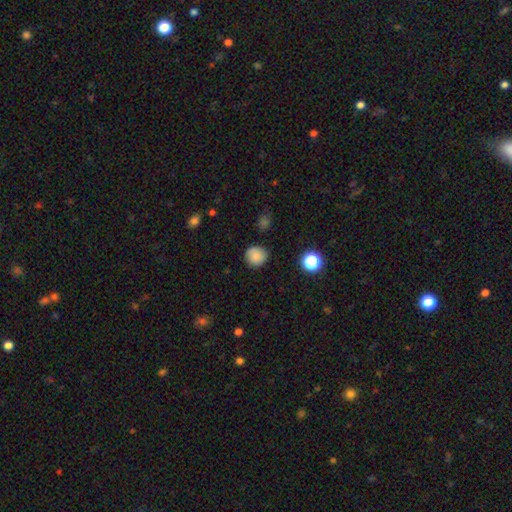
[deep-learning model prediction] smooth_or_featured: smooth (p=0.83) [alt: star or artifact p=0.11]
how_rounded: round (p=0.90) [alt: in between p=0.10]
merging: none (p=0.84) [alt: minor disturbance p=0.11]